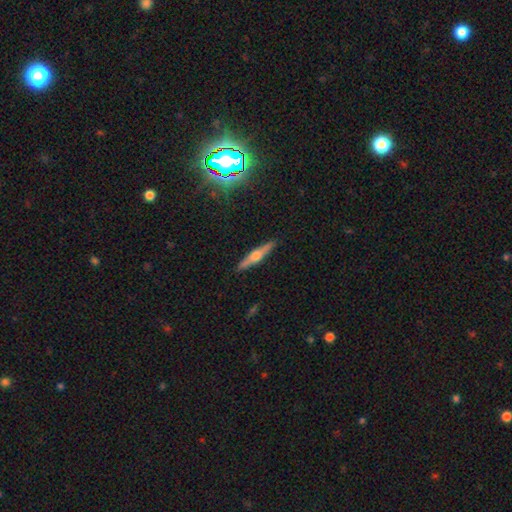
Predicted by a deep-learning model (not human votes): Smooth or featured? featured or disk (62%)
Edge-on disk? yes (97%)
Edge-on bulge? rounded (90%)
Merging? none (90%)